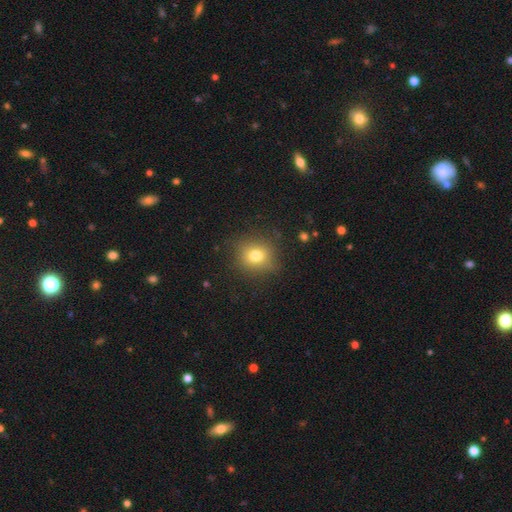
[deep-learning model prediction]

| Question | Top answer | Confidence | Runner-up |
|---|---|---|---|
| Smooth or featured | smooth | 76% | star or artifact (14%) |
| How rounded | round | 82% | in between (17%) |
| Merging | none | 84% | minor disturbance (11%) |